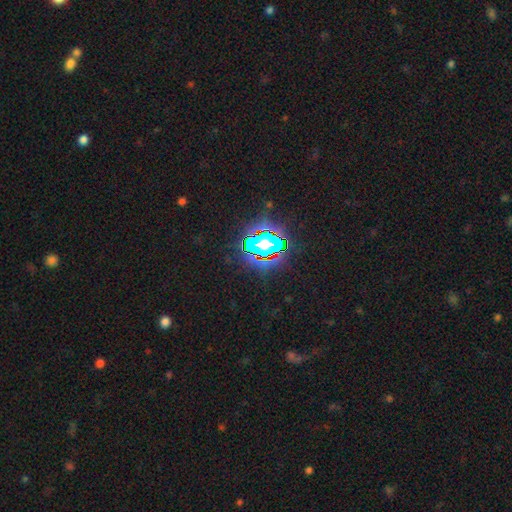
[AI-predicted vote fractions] Overall: star or artifact (83%).